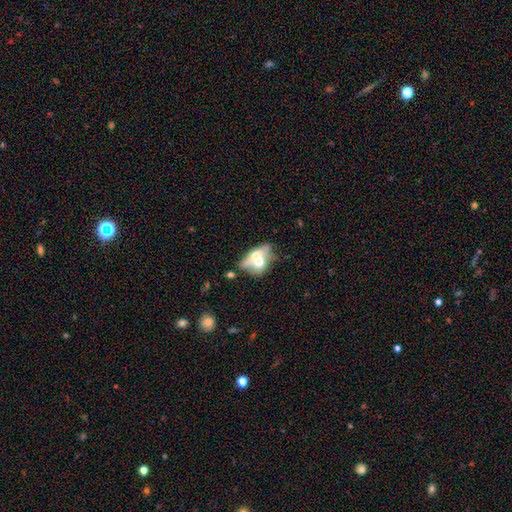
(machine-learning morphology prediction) smooth_or_featured: smooth (p=0.51) [alt: featured or disk p=0.40]
how_rounded: in between (p=0.66) [alt: round p=0.23]
merging: merger (p=0.60) [alt: none p=0.23]